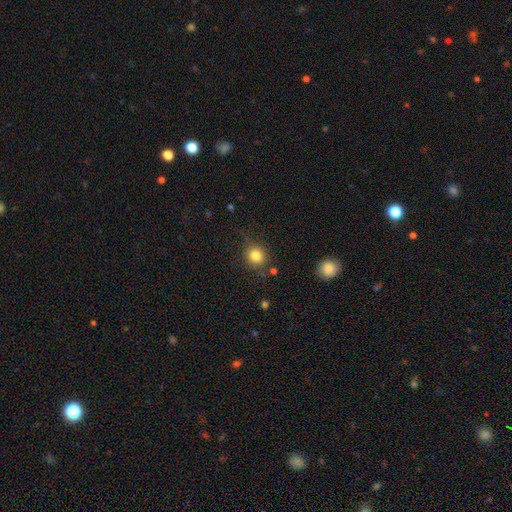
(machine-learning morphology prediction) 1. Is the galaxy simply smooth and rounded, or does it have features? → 83% smooth, 11% star or artifact, 6% featured or disk.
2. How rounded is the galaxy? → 86% round, 13% in between, 1% cigar-shaped.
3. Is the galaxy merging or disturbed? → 83% none, 11% minor disturbance, 4% major disturbance, 3% merger.